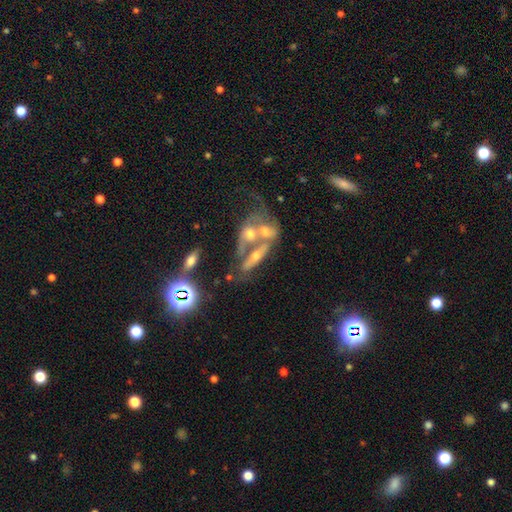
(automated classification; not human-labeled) This appears to be a featured or disk galaxy (55%). Merging: merger (57%).